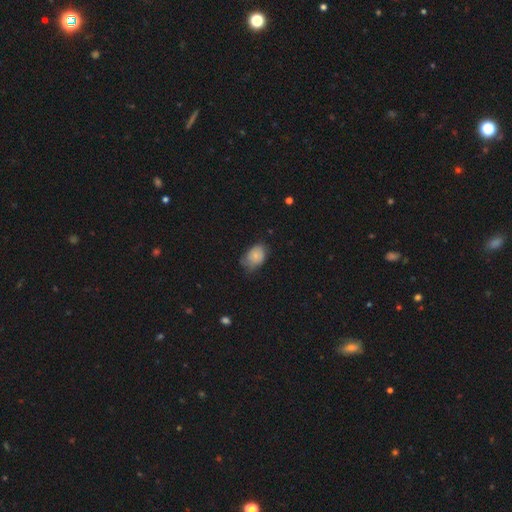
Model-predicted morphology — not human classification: A smooth galaxy with no disk features (78%) that is in between round and cigar-shaped (78%).

Vote fractions:
- Smooth or featured? smooth: 78% / featured or disk: 14% / star or artifact: 8%
- How rounded? in between: 78% / round: 21% / cigar-shaped: 1%
- Merging? none: 49% / minor disturbance: 39% / major disturbance: 11% / merger: 2%